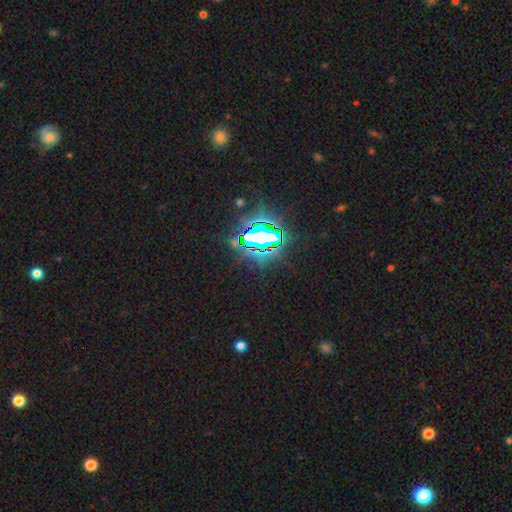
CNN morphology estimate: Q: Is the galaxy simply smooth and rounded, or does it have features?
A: star or artifact — 83%.